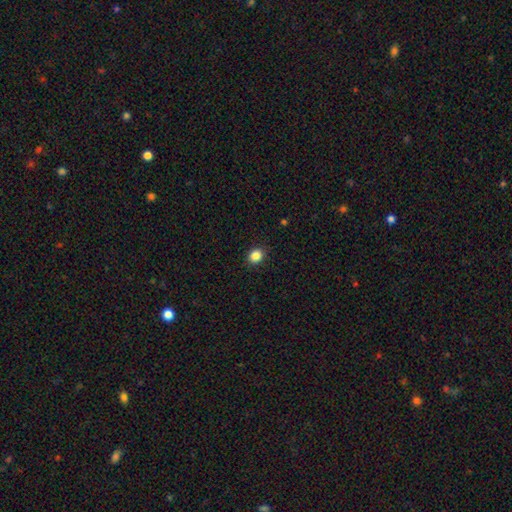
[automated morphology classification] Smooth or featured: smooth — 86% (star or artifact — 10%)
How rounded: round — 65% (in between — 34%)
Merging: none — 90% (minor disturbance — 7%)